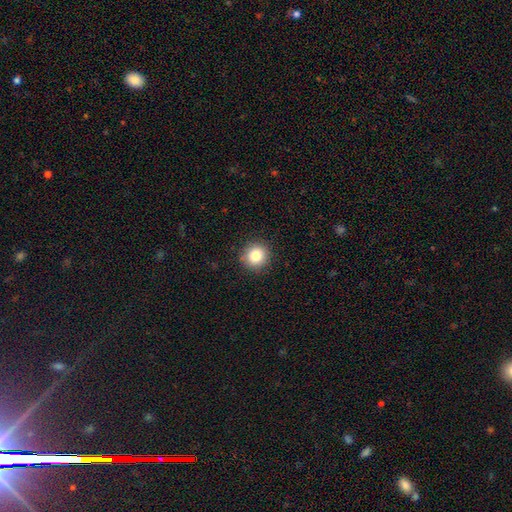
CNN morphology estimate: This appears to be a smooth galaxy with no disk features (83%) that is round (93%). Merging: none (91%).